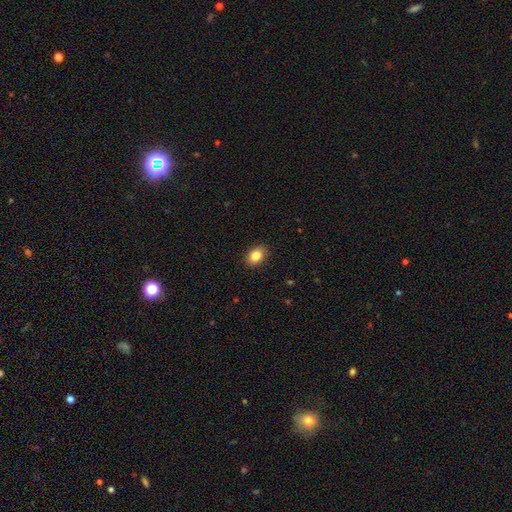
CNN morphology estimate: smooth 85%, star or artifact 9%, featured or disk 6%. Down the decision tree: how rounded — in between (72%); merging — none (88%).